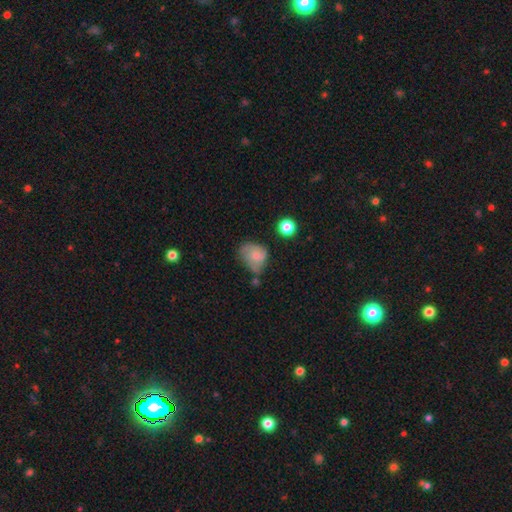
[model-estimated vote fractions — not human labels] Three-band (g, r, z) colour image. It shows a smooth galaxy with no disk features (60%) that is in between round and cigar-shaped (51%). Merging: minor disturbance (39%).